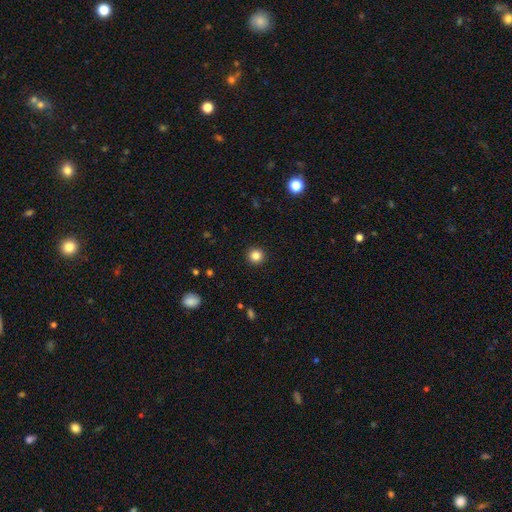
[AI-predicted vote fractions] Smooth or featured? smooth (84%)
How rounded? round (95%)
Merging? none (93%)